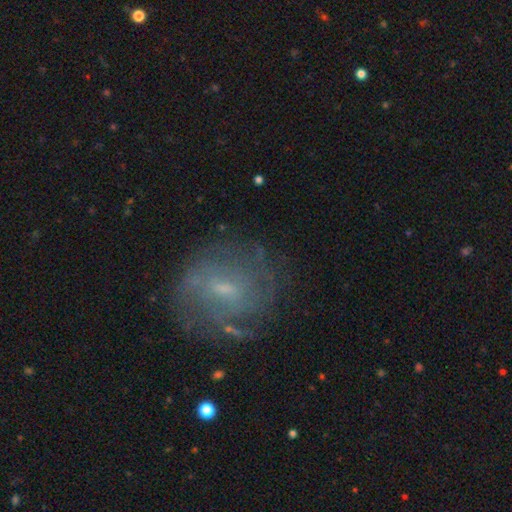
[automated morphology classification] Q: Smooth or featured?
A: featured or disk (63%); runner-up: smooth (20%)
Q: Edge-on disk?
A: no (96%); runner-up: yes (4%)
Q: Bar?
A: weak (54%); runner-up: no (32%)
Q: Spiral arms?
A: yes (78%); runner-up: no (22%)
Q: Bulge size?
A: small (65%); runner-up: moderate (25%)
Q: Merging?
A: none (75%); runner-up: minor disturbance (15%)